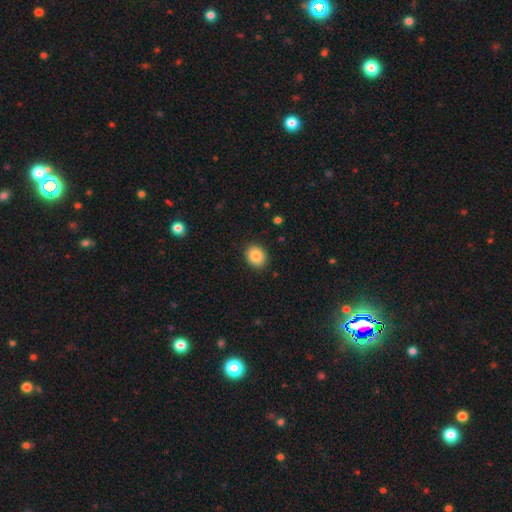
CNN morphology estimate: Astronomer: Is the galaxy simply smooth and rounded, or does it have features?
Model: smooth — 86%.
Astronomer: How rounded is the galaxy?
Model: round — 61% (runner-up: in between, 39%).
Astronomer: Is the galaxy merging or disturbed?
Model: none — 90%.